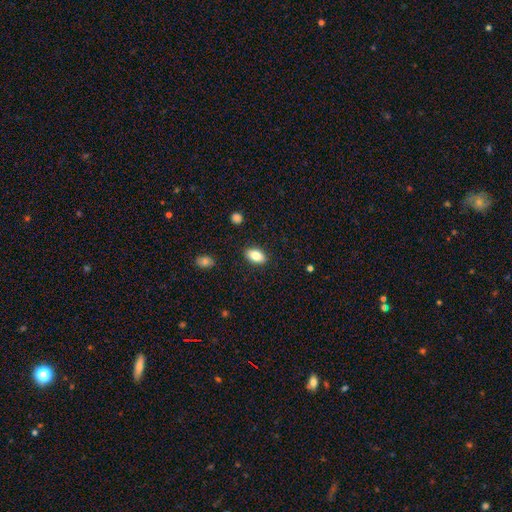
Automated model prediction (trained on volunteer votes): A smooth galaxy with no disk features (84%) that is in between round and cigar-shaped (91%). Merging: none (88%).